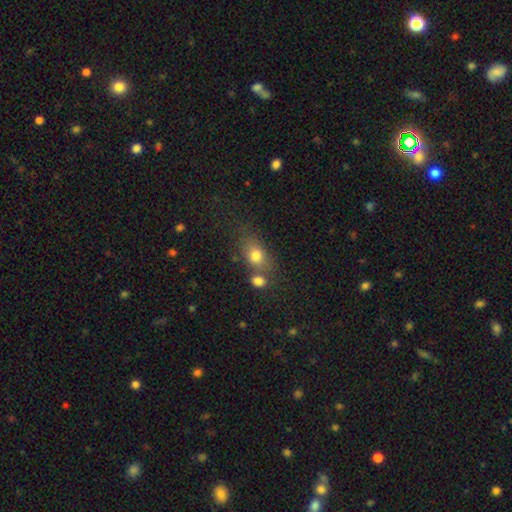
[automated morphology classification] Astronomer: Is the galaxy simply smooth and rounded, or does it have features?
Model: smooth — 77%.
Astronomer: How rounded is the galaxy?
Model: in between — 69%.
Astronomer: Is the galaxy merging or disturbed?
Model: none — 52% (runner-up: merger, 28%).